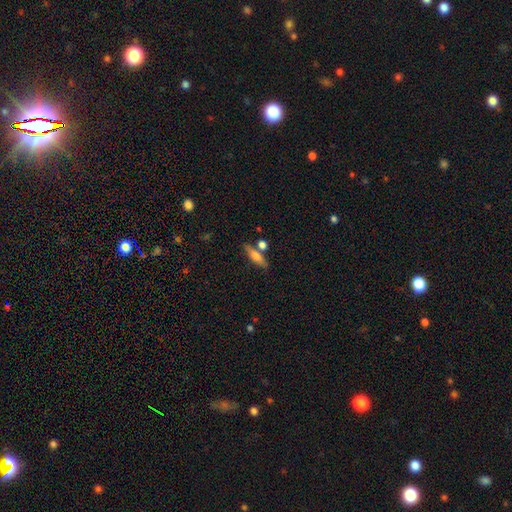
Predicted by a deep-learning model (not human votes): smooth_or_featured: smooth (p=0.59) [alt: featured or disk p=0.33]
how_rounded: cigar-shaped (p=0.63) [alt: in between p=0.33]
merging: none (p=0.69) [alt: merger p=0.15]